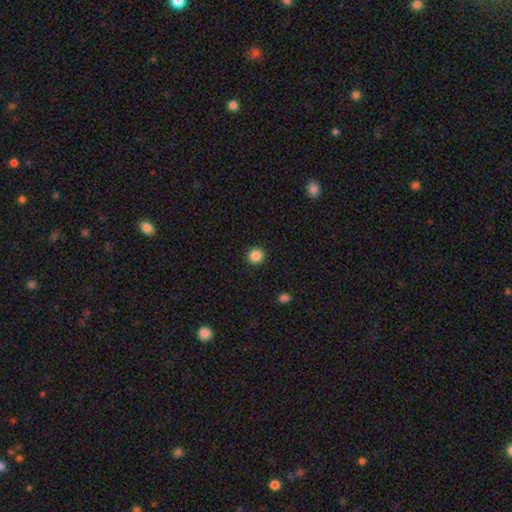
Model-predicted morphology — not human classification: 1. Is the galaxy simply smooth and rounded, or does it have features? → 87% smooth, 10% star or artifact, 3% featured or disk.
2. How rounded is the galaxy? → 92% round, 7% in between, 1% cigar-shaped.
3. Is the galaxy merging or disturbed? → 93% none, 4% minor disturbance, 2% major disturbance, 1% merger.